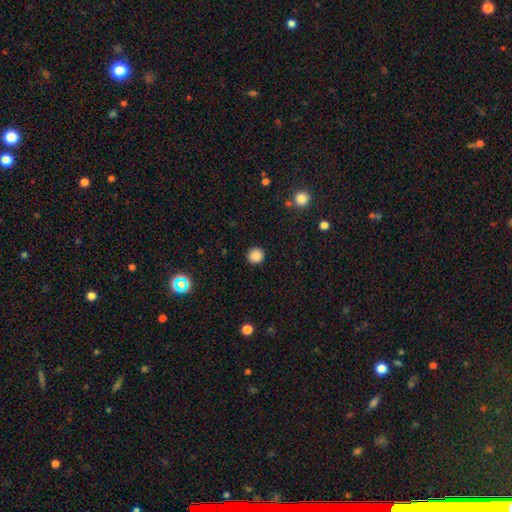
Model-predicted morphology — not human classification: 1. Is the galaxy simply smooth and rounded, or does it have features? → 87% smooth, 11% star or artifact, 3% featured or disk.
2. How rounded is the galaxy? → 94% round, 5% in between, 1% cigar-shaped.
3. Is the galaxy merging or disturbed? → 91% none, 6% minor disturbance, 2% major disturbance, 1% merger.